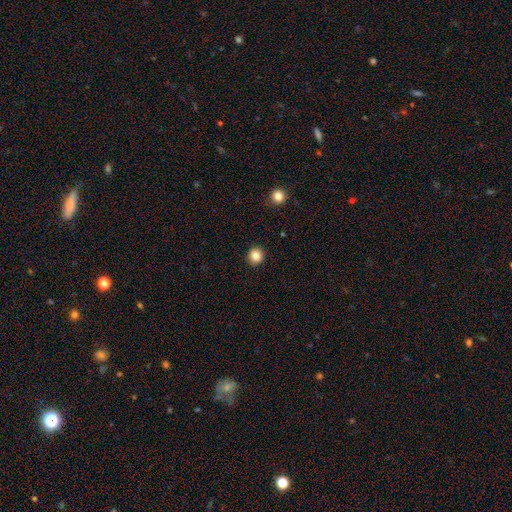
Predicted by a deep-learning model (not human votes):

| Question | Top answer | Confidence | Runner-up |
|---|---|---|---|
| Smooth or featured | smooth | 85% | star or artifact (10%) |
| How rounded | round | 90% | in between (10%) |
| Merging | none | 92% | minor disturbance (5%) |